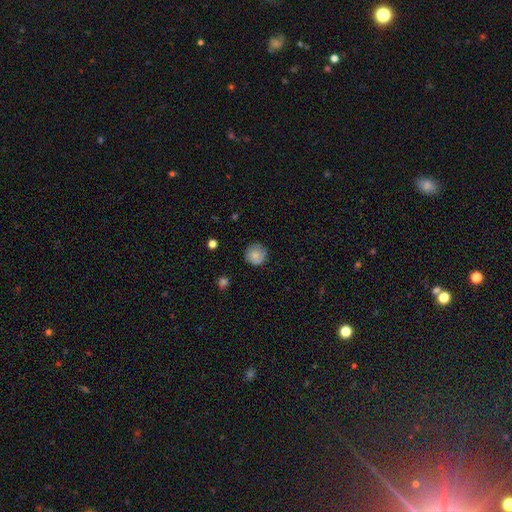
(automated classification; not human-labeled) The model was most divided on "merging": none: 83%, minor disturbance: 13%, major disturbance: 3%, merger: 1%. More confident: how rounded — round (94%); smooth or featured — smooth (81%).